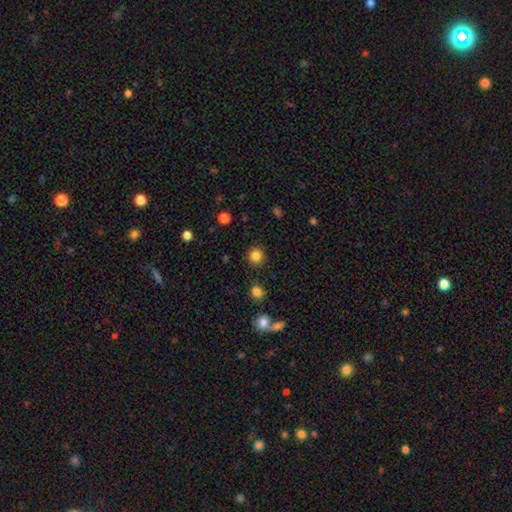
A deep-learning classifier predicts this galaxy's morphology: Q: Smooth or featured?
A: smooth (85%); runner-up: star or artifact (11%)
Q: How rounded?
A: round (92%); runner-up: in between (7%)
Q: Merging?
A: none (89%); runner-up: minor disturbance (6%)